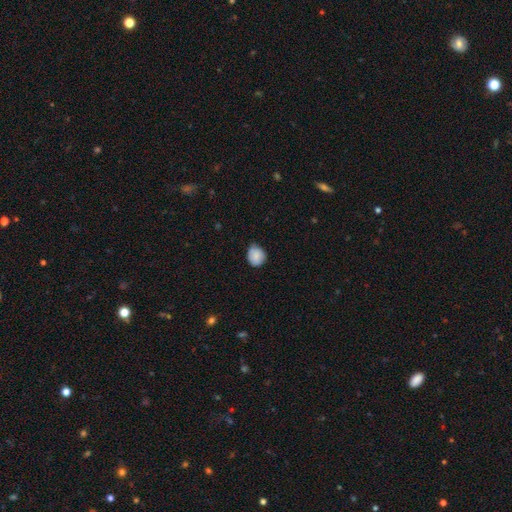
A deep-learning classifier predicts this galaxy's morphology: type=smooth (84%); roundness=round (71%); merging=none (66%).